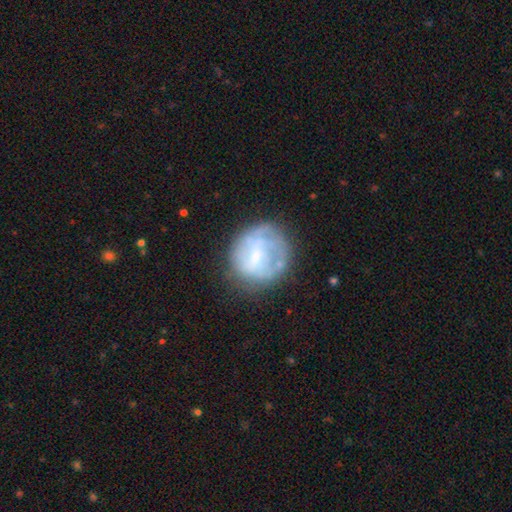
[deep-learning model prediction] smooth_or_featured: featured or disk (p=0.52) [alt: smooth p=0.39]
disk_edge_on: no (p=0.97) [alt: yes p=0.03]
bar: no (p=0.48) [alt: weak p=0.41]
has_spiral_arms: no (p=0.54) [alt: yes p=0.46]
bulge_size: small (p=0.47) [alt: none p=0.25]
merging: none (p=0.61) [alt: minor disturbance p=0.21]